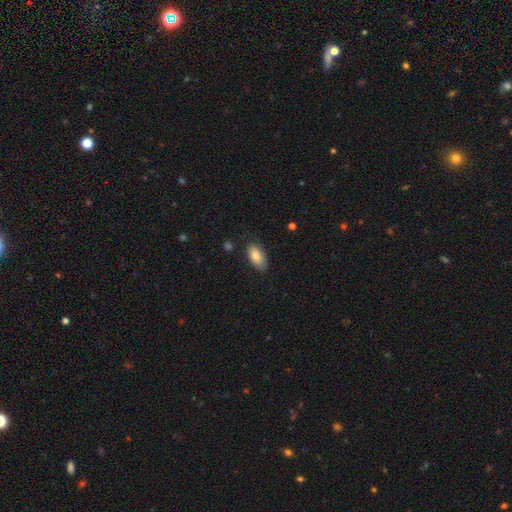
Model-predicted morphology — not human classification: The model was most divided on "merging": none: 80%, minor disturbance: 16%, major disturbance: 3%, merger: 1%. More confident: how rounded — in between (92%); smooth or featured — smooth (83%).